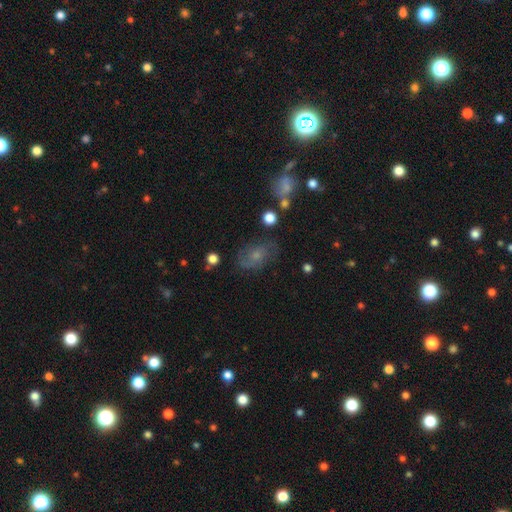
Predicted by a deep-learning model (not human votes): Overall: featured or disk (44%; smooth 40%). Merging: none (66%).